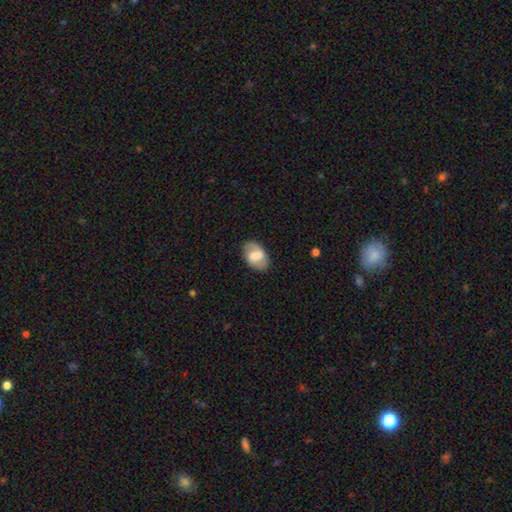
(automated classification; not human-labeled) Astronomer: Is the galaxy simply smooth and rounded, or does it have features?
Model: featured or disk — 47% (runner-up: smooth, 46%).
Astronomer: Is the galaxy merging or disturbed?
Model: none — 78%.